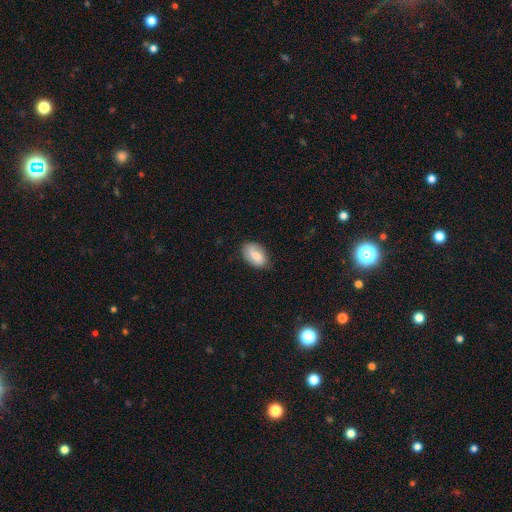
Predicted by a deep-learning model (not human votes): smooth 72%, featured or disk 21%, star or artifact 7%. Down the decision tree: how rounded — in between (89%); merging — none (73%).